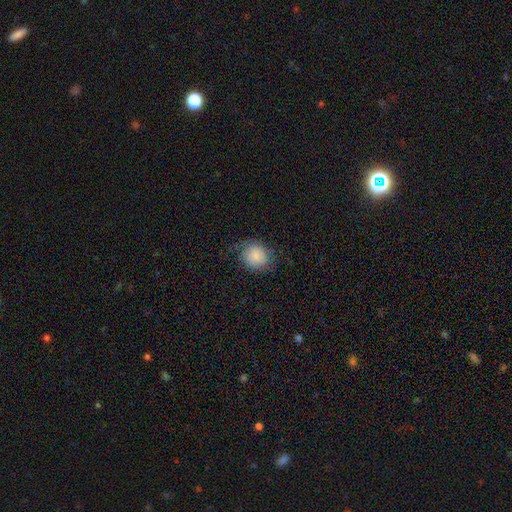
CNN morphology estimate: smooth_or_featured: smooth (p=0.77) [alt: featured or disk p=0.15]
how_rounded: round (p=0.73) [alt: in between p=0.26]
merging: none (p=0.68) [alt: minor disturbance p=0.22]